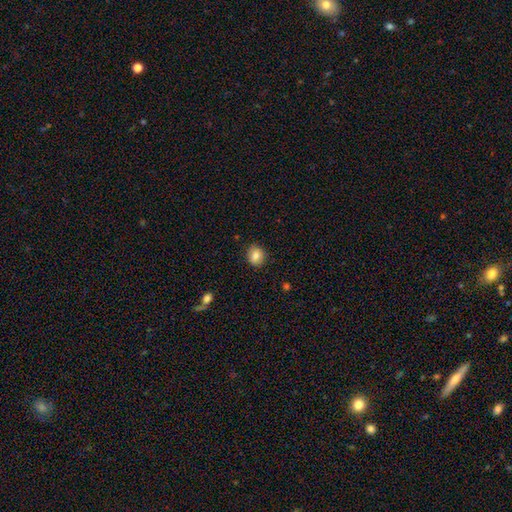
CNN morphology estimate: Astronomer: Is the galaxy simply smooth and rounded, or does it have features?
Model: smooth — 82%.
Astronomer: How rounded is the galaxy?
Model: round — 72%.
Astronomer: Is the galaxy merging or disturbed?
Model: none — 88%.